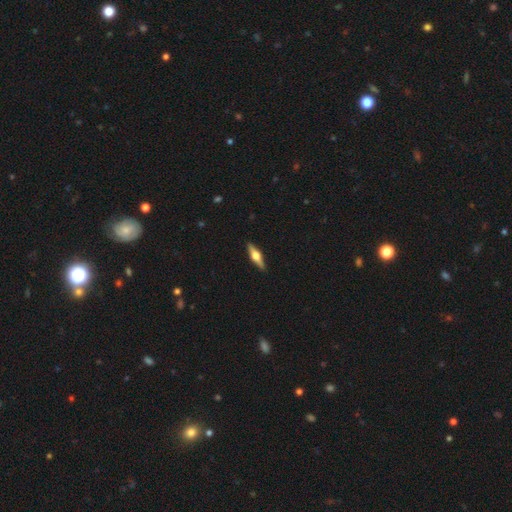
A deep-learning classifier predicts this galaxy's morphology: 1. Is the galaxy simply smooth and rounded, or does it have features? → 71% featured or disk, 24% smooth, 5% star or artifact.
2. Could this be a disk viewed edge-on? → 97% yes, 3% no.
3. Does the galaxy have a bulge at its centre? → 95% rounded, 4% boxy, 1% none.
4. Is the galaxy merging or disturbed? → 91% none, 6% minor disturbance, 1% major disturbance, 1% merger.